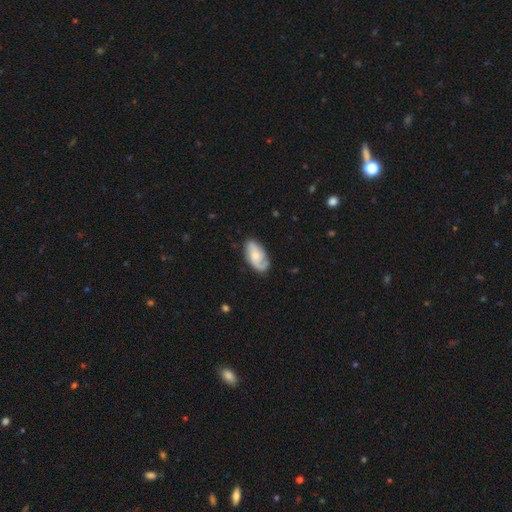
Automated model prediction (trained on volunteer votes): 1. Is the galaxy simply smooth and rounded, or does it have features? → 60% featured or disk, 33% smooth, 6% star or artifact.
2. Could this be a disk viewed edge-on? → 95% no, 5% yes.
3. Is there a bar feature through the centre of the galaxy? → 67% no, 28% weak, 5% strong.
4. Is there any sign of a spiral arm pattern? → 92% yes, 8% no.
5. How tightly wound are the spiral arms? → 42% medium, 33% tight, 25% loose.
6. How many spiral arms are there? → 61% 2, 14% can't tell, 14% 1, 8% 3, 2% 4, 2% more than 4.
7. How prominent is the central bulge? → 43% small, 40% moderate, 10% none, 6% large, 1% dominant.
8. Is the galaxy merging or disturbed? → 74% none, 19% minor disturbance, 6% major disturbance, 1% merger.